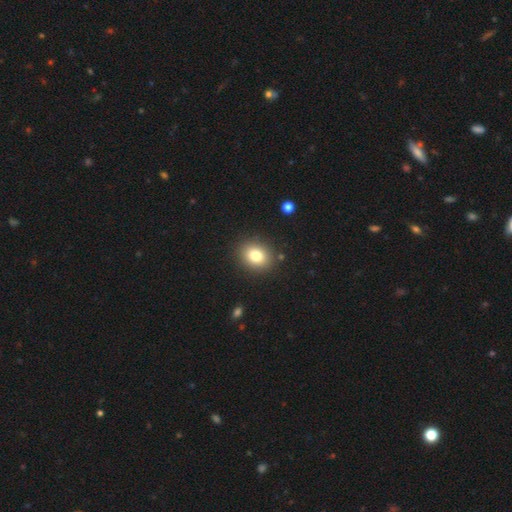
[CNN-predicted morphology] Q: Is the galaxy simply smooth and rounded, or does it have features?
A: smooth — 80%.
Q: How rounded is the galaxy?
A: round — 51%.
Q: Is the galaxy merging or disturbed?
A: none — 88%.